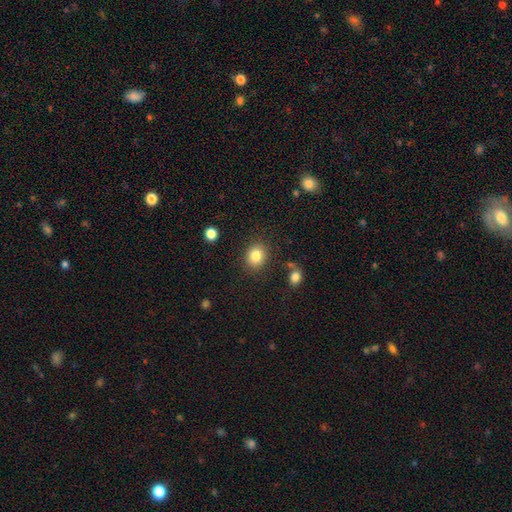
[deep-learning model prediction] Smooth or featured? smooth (84%)
How rounded? round (69%)
Merging? none (85%)